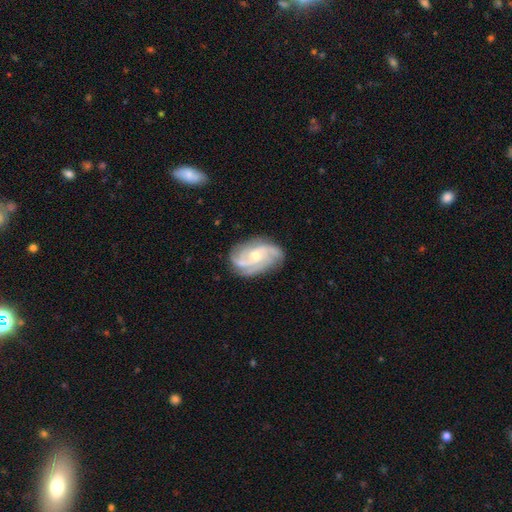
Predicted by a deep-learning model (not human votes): A featured or disk galaxy (88%) with no bar (66%), 3 (41%) medium (44%) spiral arms (98%) and a small central bulge (52%). Merging: none (76%).